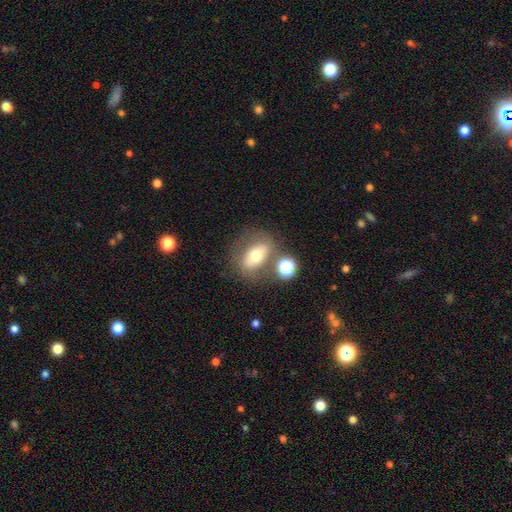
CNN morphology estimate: Smooth or featured? Predicted: smooth (p=0.54). How rounded? Predicted: in between (p=0.77). Merging? Predicted: none (p=0.61).